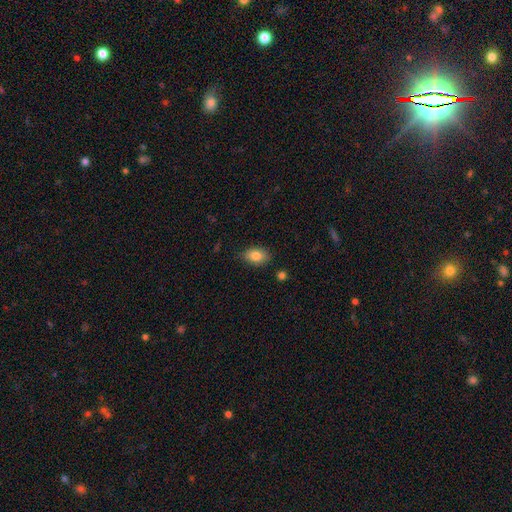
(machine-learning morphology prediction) Smooth or featured?
  - smooth: 83% *
  - featured or disk: 9%
  - star or artifact: 8%
How rounded?
  - in between: 87% *
  - round: 11%
  - cigar-shaped: 2%
Merging?
  - none: 83% *
  - minor disturbance: 13%
  - major disturbance: 2%
  - merger: 2%